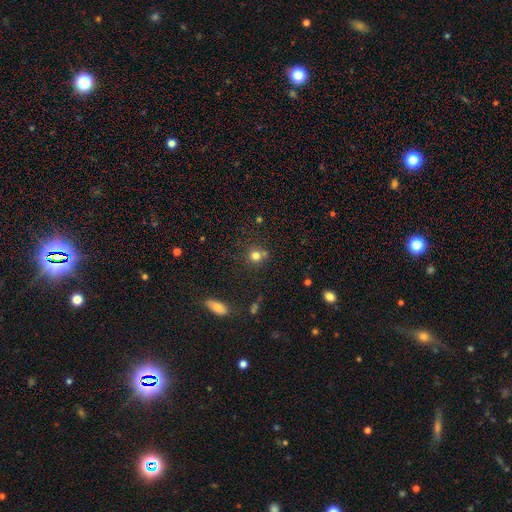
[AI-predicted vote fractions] smooth-or-featured: smooth: 75% | star or artifact: 16% | featured or disk: 9%
  how-rounded: round: 88% | in between: 11% | cigar-shaped: 1%
  merging: none: 63% | merger: 23% | minor disturbance: 10% | major disturbance: 4%